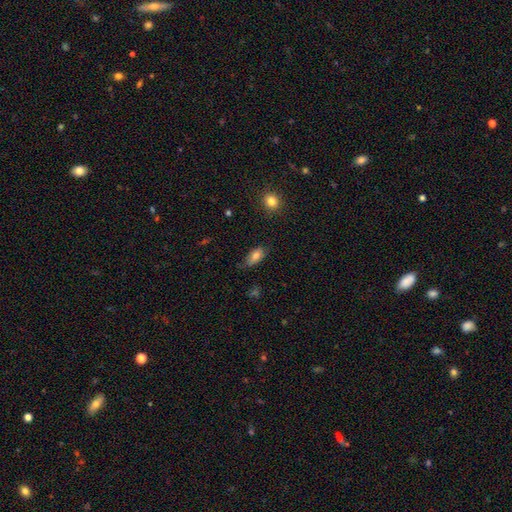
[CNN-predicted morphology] The model was most divided on "merging": none: 60%, minor disturbance: 30%, major disturbance: 8%, merger: 2%. More confident: how rounded — in between (88%); smooth or featured — smooth (80%).